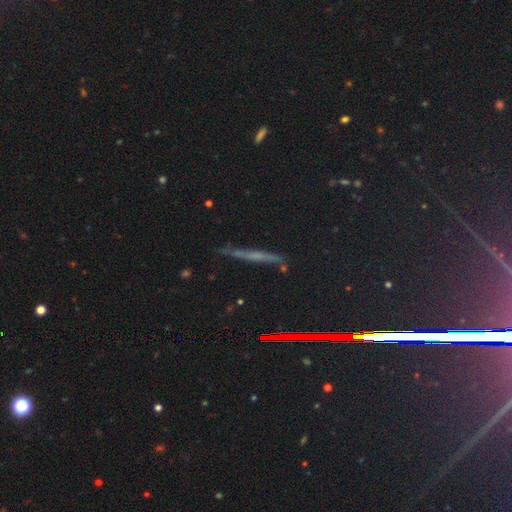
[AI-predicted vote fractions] A featured or disk galaxy (45%). Merging: none (74%).